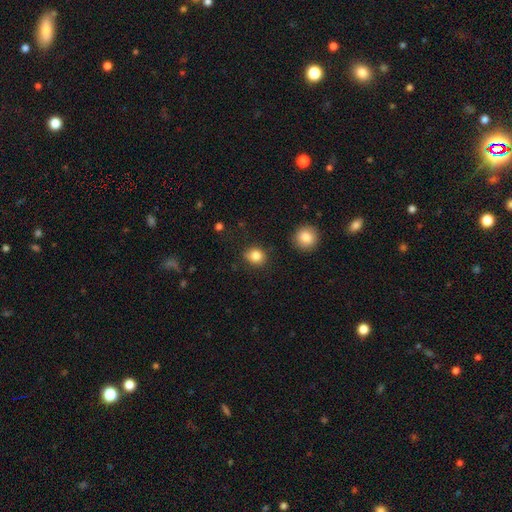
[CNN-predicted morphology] This is clearly a smooth galaxy (84%). How rounded: likely round (73%). Merging: clearly none (81%).